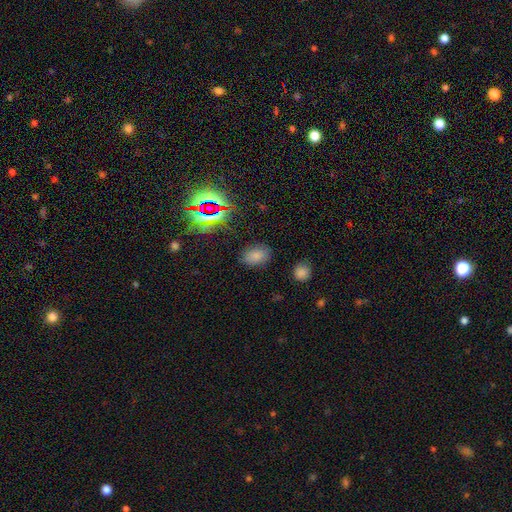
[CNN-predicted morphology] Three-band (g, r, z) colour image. It shows a smooth galaxy with no disk features (74%) that is in between round and cigar-shaped (80%). Merging: none (83%).